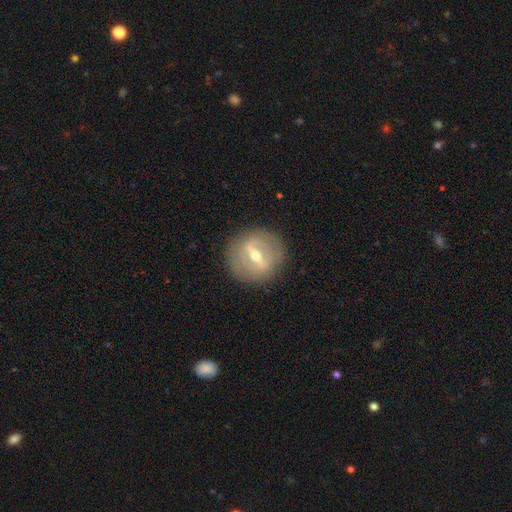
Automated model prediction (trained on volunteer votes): featured or disk 80%, smooth 14%, star or artifact 6%. Down the decision tree: edge-on disk — no (80%); bar — strong (70%); spiral arms — no (59%); bulge size — moderate (64%); merging — none (85%).